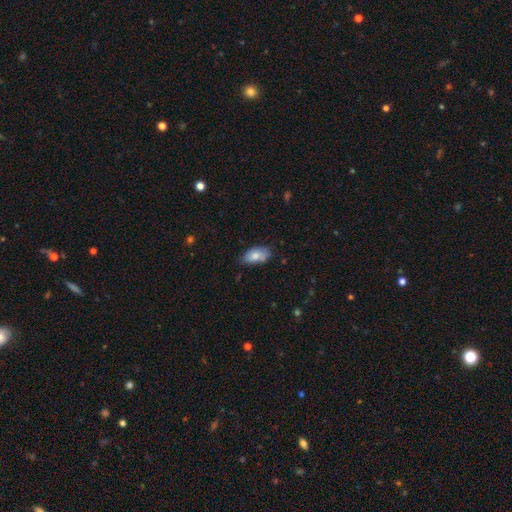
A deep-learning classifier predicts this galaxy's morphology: A smooth galaxy with no disk features (80%) that is in between round and cigar-shaped (93%).

Vote fractions:
- Smooth or featured? smooth: 80% / featured or disk: 14% / star or artifact: 7%
- How rounded? in between: 93% / cigar-shaped: 4% / round: 3%
- Merging? none: 68% / minor disturbance: 26% / major disturbance: 4% / merger: 2%